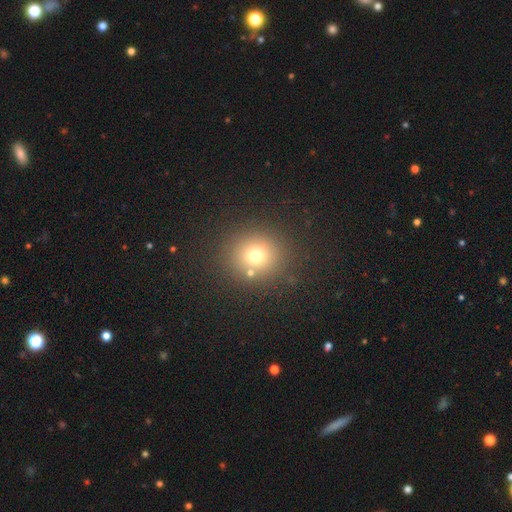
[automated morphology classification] This is likely a smooth galaxy (70%). How rounded: clearly round (90%). Merging: clearly none (83%).